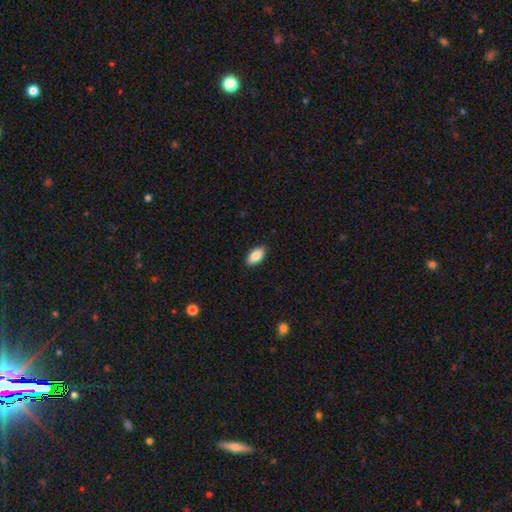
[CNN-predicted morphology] Overall: smooth (87%). How rounded: in between (92%). Merging: none (88%).